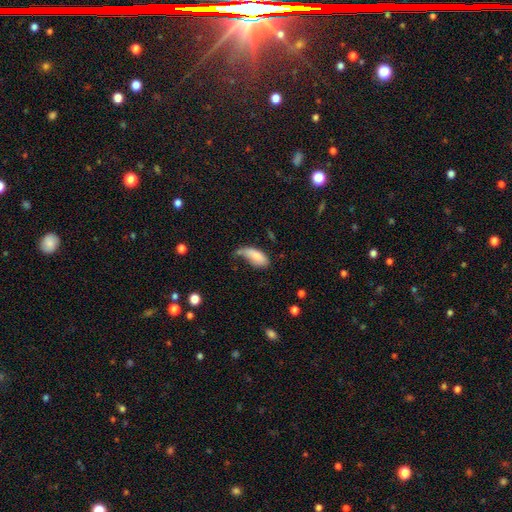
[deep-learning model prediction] Morphology: type=smooth (81%); roundness=in between (86%); merging=minor disturbance (36%).